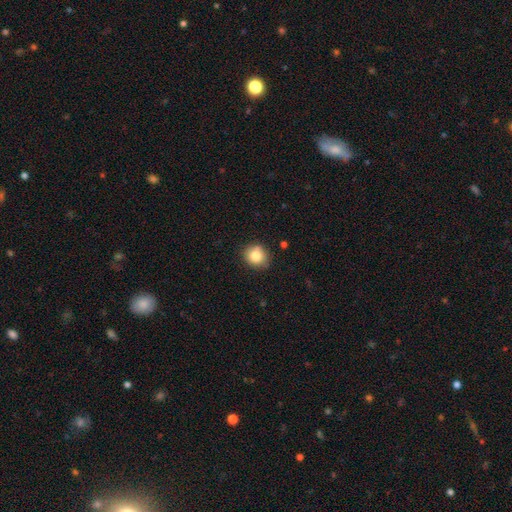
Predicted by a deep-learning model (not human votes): A smooth galaxy with no disk features (81%) that is round (81%). Merging: none (80%).